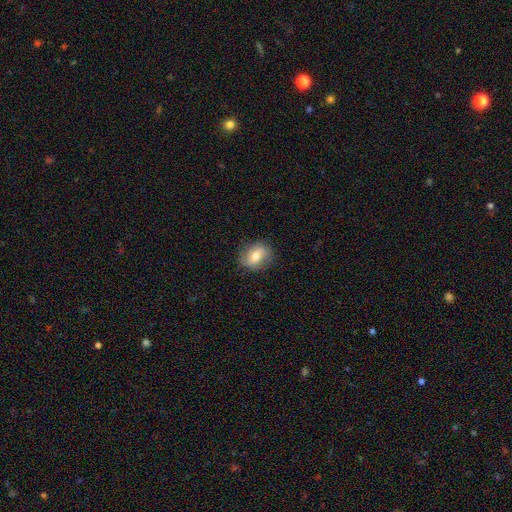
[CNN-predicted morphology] Overall: smooth (50%; featured or disk 41%). How rounded: in between (52%; round 46%). Merging: none (80%).